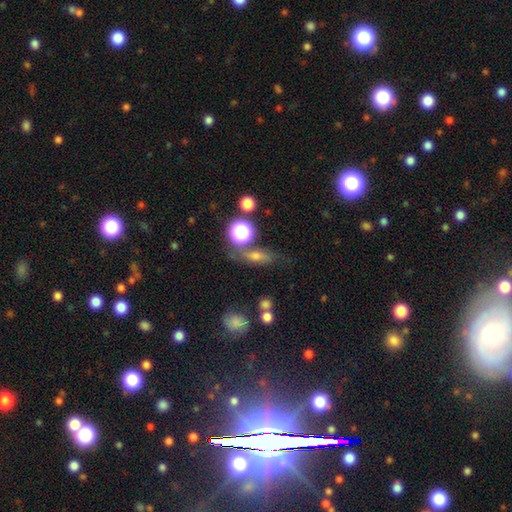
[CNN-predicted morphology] A smooth galaxy with no disk features (47%). Merging: none (60%).